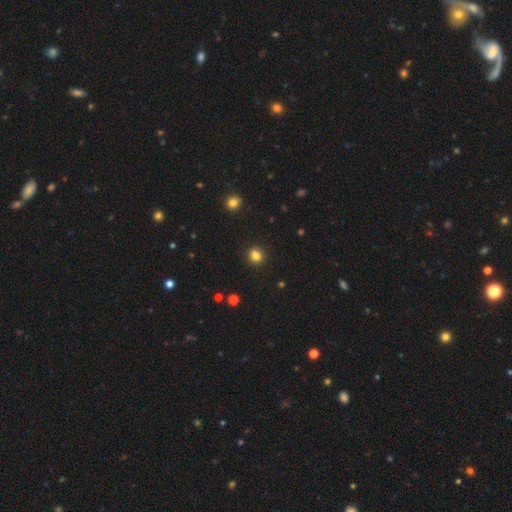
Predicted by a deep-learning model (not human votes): Smooth or featured: smooth — 82% (star or artifact — 13%)
How rounded: round — 85% (in between — 14%)
Merging: none — 88% (minor disturbance — 7%)